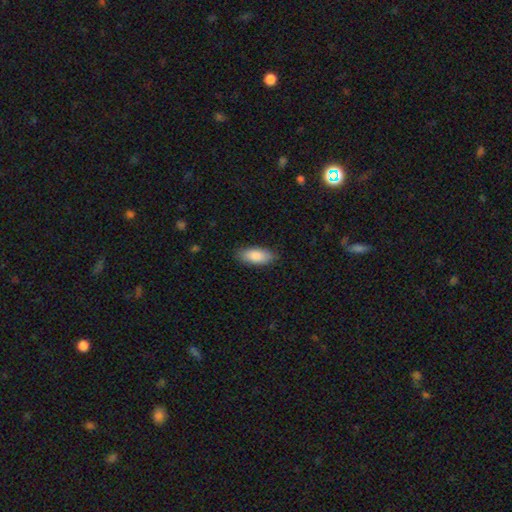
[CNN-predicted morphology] This appears to be a smooth galaxy with no disk features (86%) that is in between round and cigar-shaped (83%). Merging: none (87%).